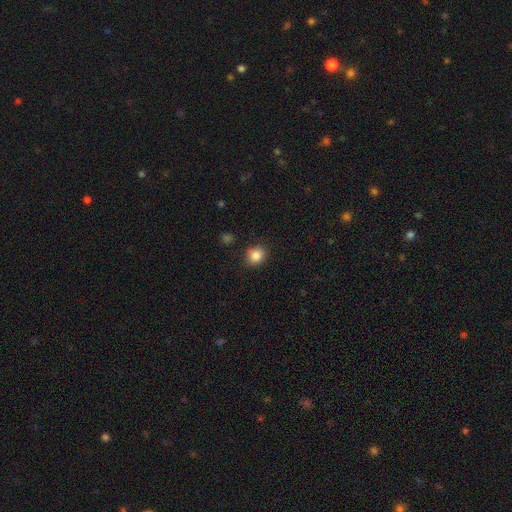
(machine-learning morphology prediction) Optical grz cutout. It shows a smooth galaxy with no disk features (86%) that is round (66%). Merging: none (85%).